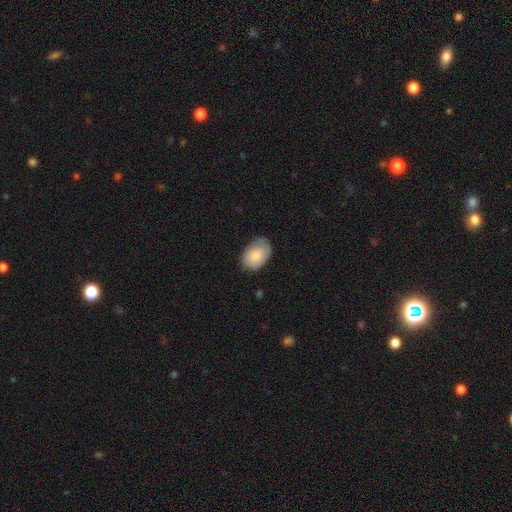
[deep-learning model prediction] Overall: smooth (82%). How rounded: in between (85%). Merging: none (71%).